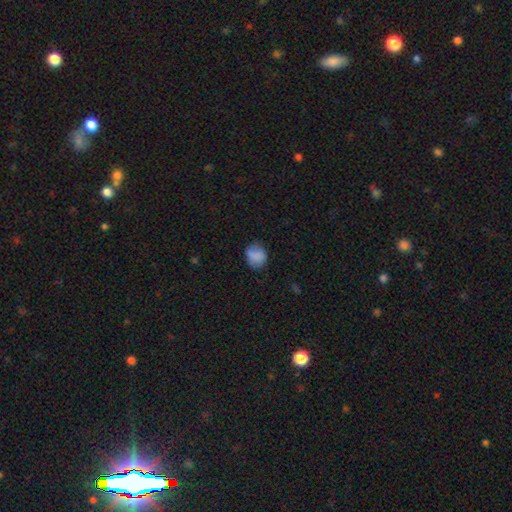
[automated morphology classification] type=smooth (82%); roundness=round (63%); merging=none (72%).